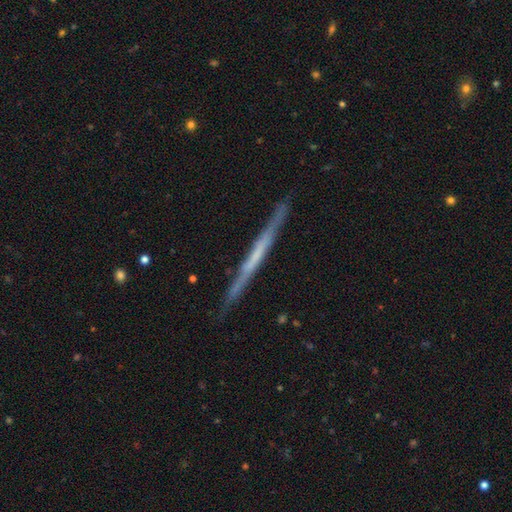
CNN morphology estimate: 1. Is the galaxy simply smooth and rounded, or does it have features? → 63% featured or disk, 31% smooth, 6% star or artifact.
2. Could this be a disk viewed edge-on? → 97% yes, 3% no.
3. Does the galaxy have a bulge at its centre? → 86% none, 8% rounded, 6% boxy.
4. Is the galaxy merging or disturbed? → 88% none, 9% minor disturbance, 2% major disturbance, 1% merger.